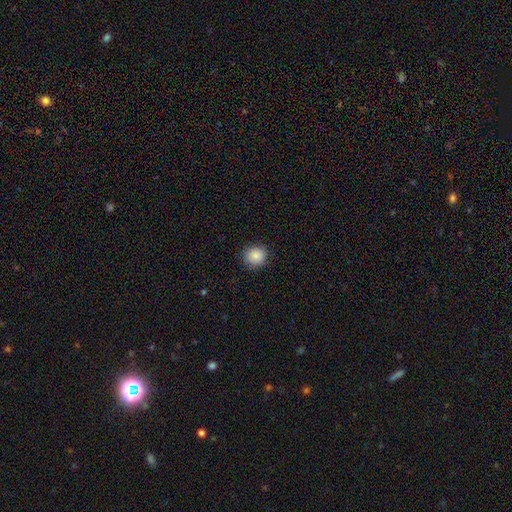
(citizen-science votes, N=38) Smooth or featured?
  - smooth: 89% *
  - featured or disk: 5%
  - star or artifact: 5%
How rounded?
  - round: 91% *
  - in between: 9%
  - cigar-shaped: 0%
Merging?
  - none: 94% *
  - minor disturbance: 6%
  - major disturbance: 0%
  - merger: 0%